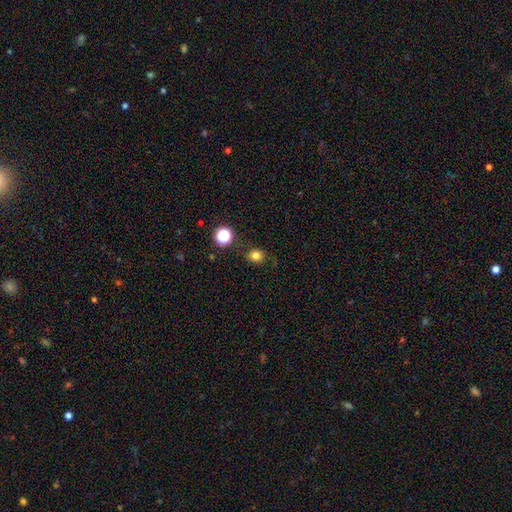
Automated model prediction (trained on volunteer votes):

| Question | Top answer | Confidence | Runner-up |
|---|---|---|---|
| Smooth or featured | smooth | 79% | star or artifact (15%) |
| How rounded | round | 74% | in between (25%) |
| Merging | none | 81% | minor disturbance (13%) |